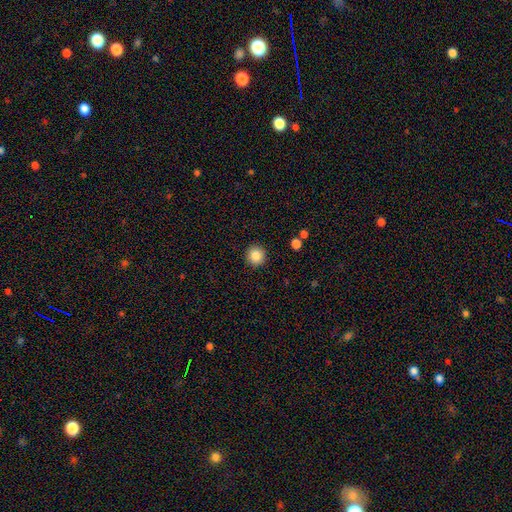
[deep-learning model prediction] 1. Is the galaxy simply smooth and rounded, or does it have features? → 87% smooth, 9% star or artifact, 4% featured or disk.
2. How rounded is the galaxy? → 94% round, 5% in between, 1% cigar-shaped.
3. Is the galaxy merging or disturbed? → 92% none, 5% minor disturbance, 2% major disturbance, 1% merger.